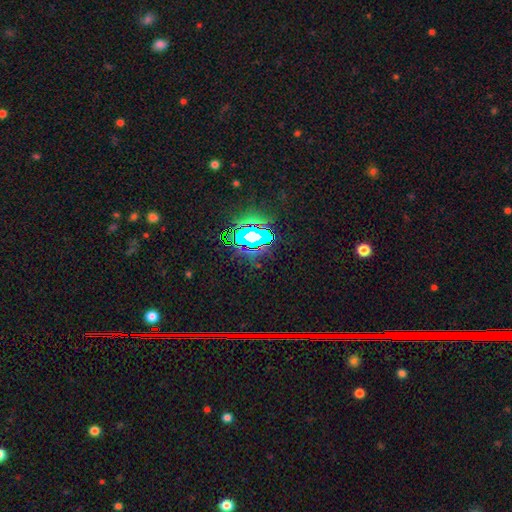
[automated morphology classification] Q: Smooth or featured?
A: star or artifact (84%); runner-up: smooth (9%)